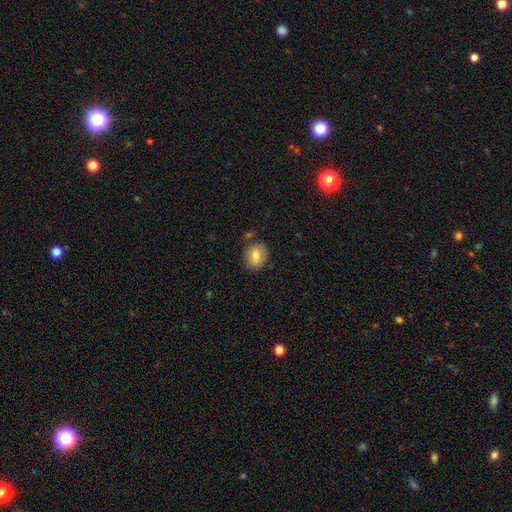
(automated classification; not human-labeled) Morphology: type=smooth (74%); roundness=round (67%); merging=none (82%).